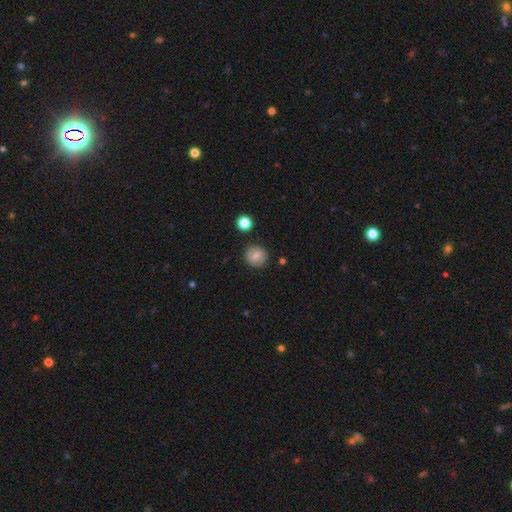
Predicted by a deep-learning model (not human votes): Overall: smooth (68%). How rounded: round (84%). Merging: none (85%).